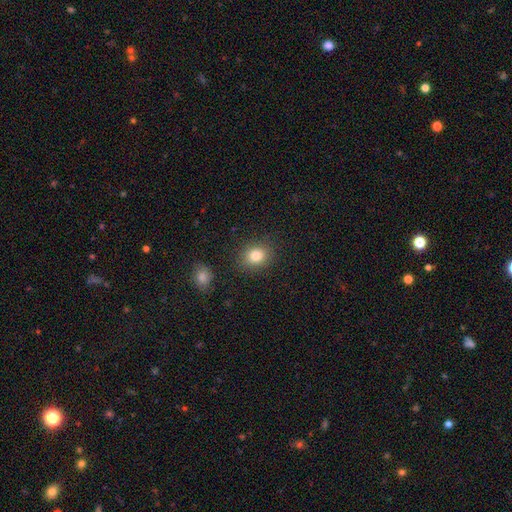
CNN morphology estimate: Smooth or featured? Predicted: smooth (p=0.82). How rounded? Predicted: round (p=0.59). Merging? Predicted: none (p=0.85).